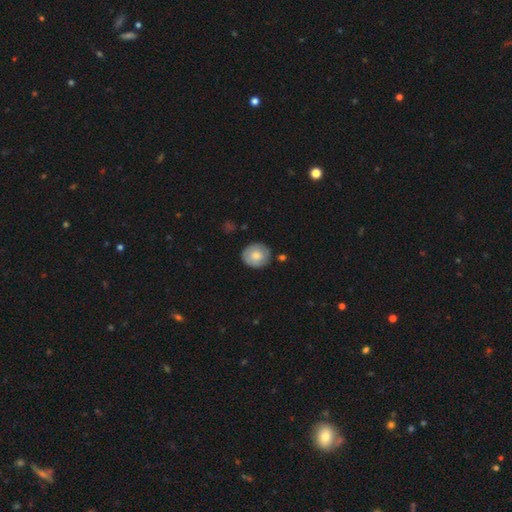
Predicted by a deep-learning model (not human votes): smooth 67%, featured or disk 27%, star or artifact 6%. Down the decision tree: how rounded — round (82%); merging — none (82%).